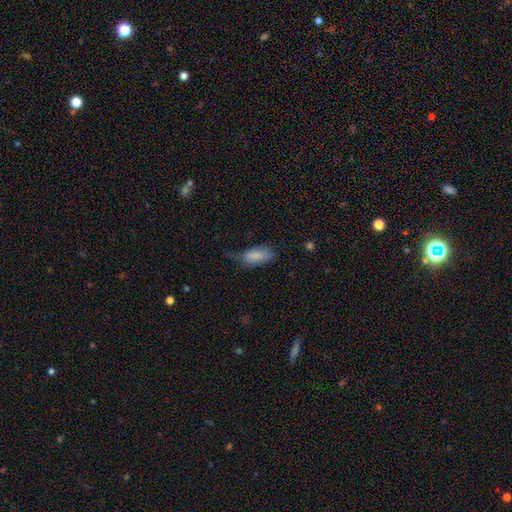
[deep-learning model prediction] Overall: smooth (82%). How rounded: in between (88%). Merging: minor disturbance (38%; none 36%).